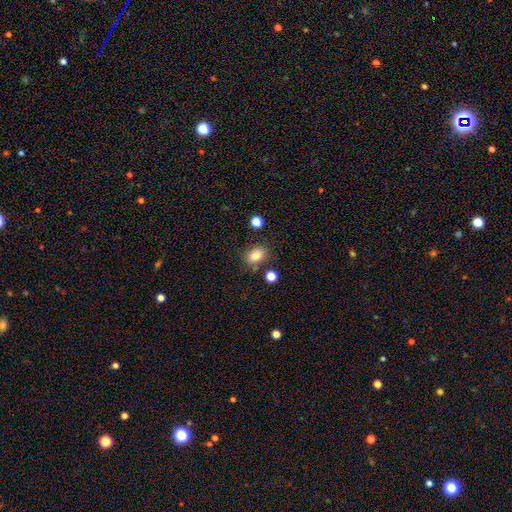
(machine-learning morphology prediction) A smooth galaxy with no disk features (82%) that is in between round and cigar-shaped (66%).

Vote fractions:
- Smooth or featured? smooth: 82% / star or artifact: 11% / featured or disk: 7%
- How rounded? in between: 66% / round: 33% / cigar-shaped: 1%
- Merging? none: 77% / minor disturbance: 13% / merger: 7% / major disturbance: 4%